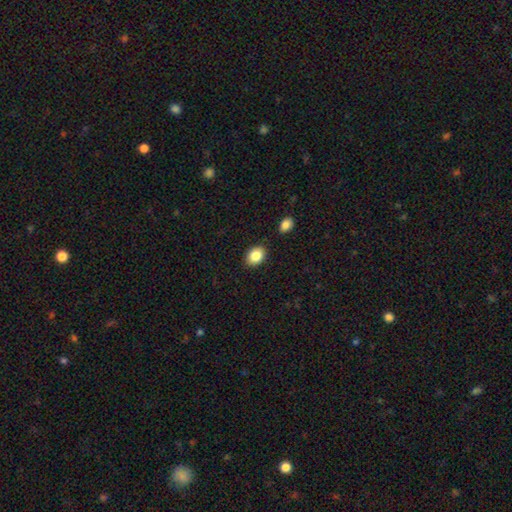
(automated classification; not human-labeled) Overall: smooth (86%). How rounded: in between (72%). Merging: none (85%).